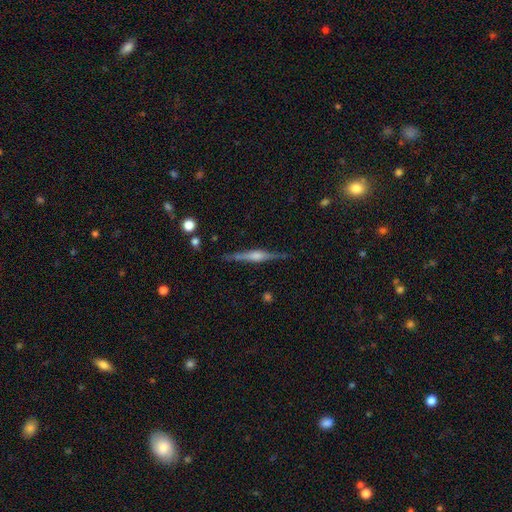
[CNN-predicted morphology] smooth_or_featured: featured or disk (p=0.80) [alt: smooth p=0.14]
disk_edge_on: yes (p=0.98) [alt: no p=0.02]
edge_on_bulge: rounded (p=0.74) [alt: boxy p=0.20]
merging: none (p=0.88) [alt: minor disturbance p=0.09]